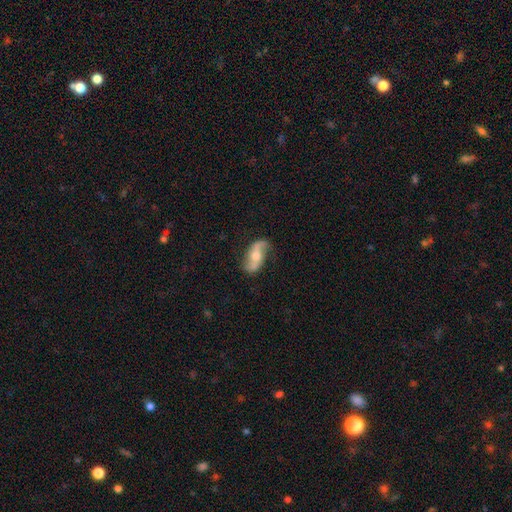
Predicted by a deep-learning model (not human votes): Overall: featured or disk (73%). Edge-on disk: no (93%). Bar: no (48%; weak 35%). Spiral arms: yes (92%). Spiral arm count: 2 (91%). Spiral winding: loose (75%). Bulge size: moderate (60%; small 22%). Merging: none (73%).